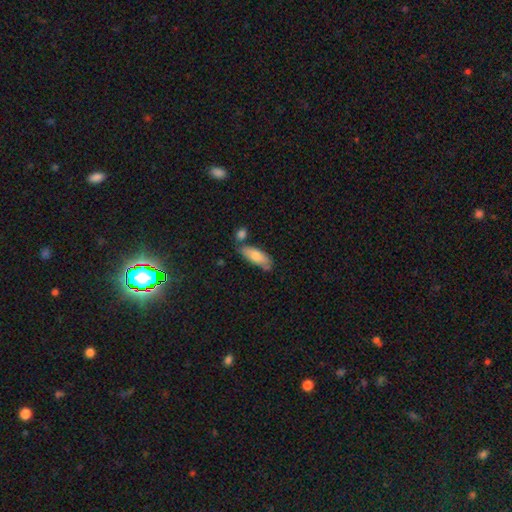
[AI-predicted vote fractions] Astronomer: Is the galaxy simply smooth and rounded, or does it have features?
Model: smooth — 78%.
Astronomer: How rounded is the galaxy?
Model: in between — 71%.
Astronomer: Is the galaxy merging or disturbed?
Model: none — 66%.